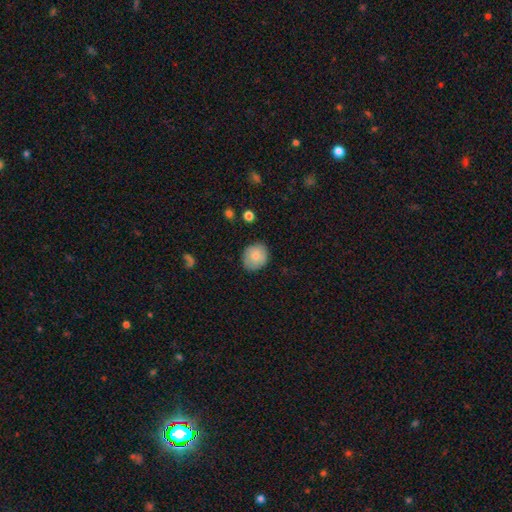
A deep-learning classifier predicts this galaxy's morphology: smooth-or-featured: smooth: 81% | featured or disk: 12% | star or artifact: 7%
  how-rounded: round: 73% | in between: 26% | cigar-shaped: 1%
  merging: none: 82% | minor disturbance: 14% | major disturbance: 3% | merger: 1%